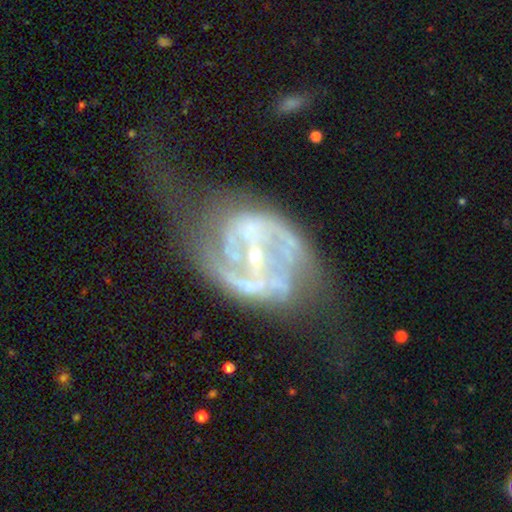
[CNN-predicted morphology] Smooth or featured? featured or disk (87%)
Edge-on disk? no (97%)
Bar? weak (36%)
Spiral arms? yes (87%)
Spiral winding? medium (45%)
Spiral arm count? 2 (70%)
Bulge size? small (72%)
Merging? major disturbance (42%)